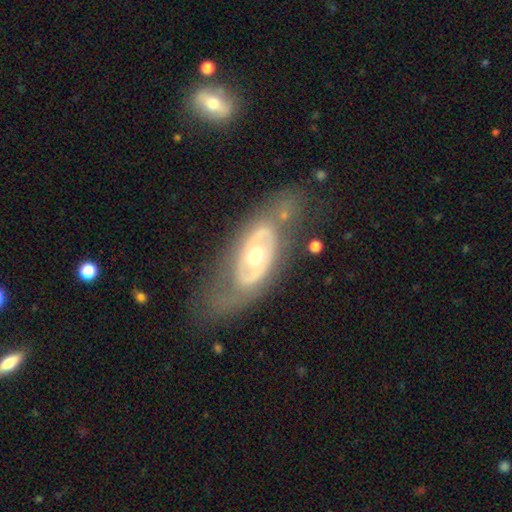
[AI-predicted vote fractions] Smooth or featured?
  - featured or disk: 74% *
  - smooth: 21%
  - star or artifact: 5%
Edge-on disk?
  - no: 89% *
  - yes: 11%
Bar?
  - no: 80% *
  - weak: 13%
  - strong: 6%
Spiral arms?
  - no: 65% *
  - yes: 35%
Bulge size?
  - moderate: 70% *
  - small: 19%
  - large: 9%
  - dominant: 1%
  - none: 1%
Merging?
  - none: 65% *
  - minor disturbance: 17%
  - major disturbance: 14%
  - merger: 4%